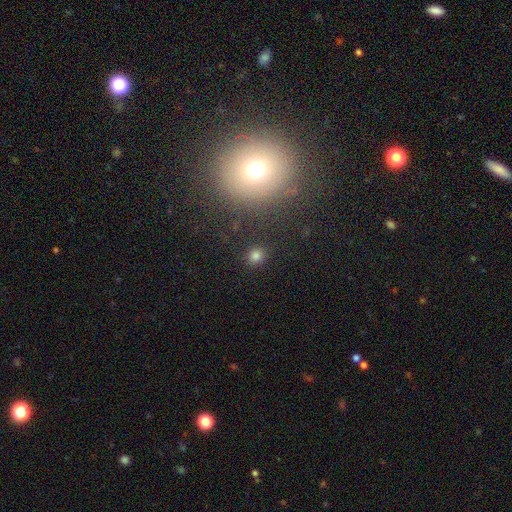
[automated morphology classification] Smooth or featured: smooth — 79% (star or artifact — 16%)
How rounded: round — 83% (in between — 16%)
Merging: none — 88% (minor disturbance — 7%)